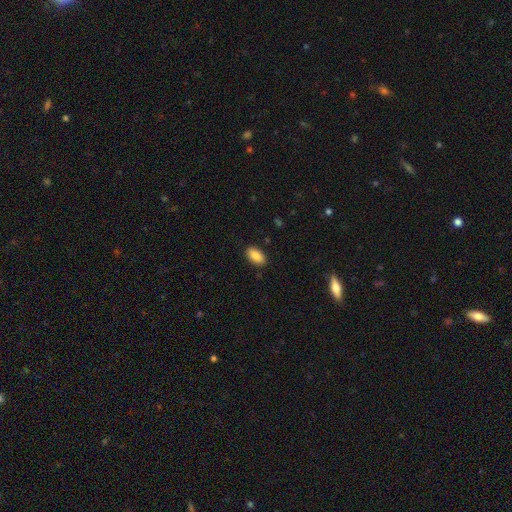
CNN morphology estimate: A smooth galaxy with no disk features (88%) that is in between round and cigar-shaped (94%). Merging: none (88%).